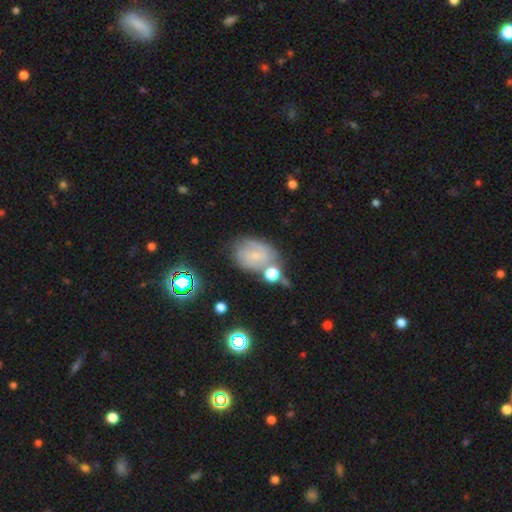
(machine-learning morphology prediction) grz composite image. It shows a smooth galaxy with no disk features (46%). Merging: none (56%).